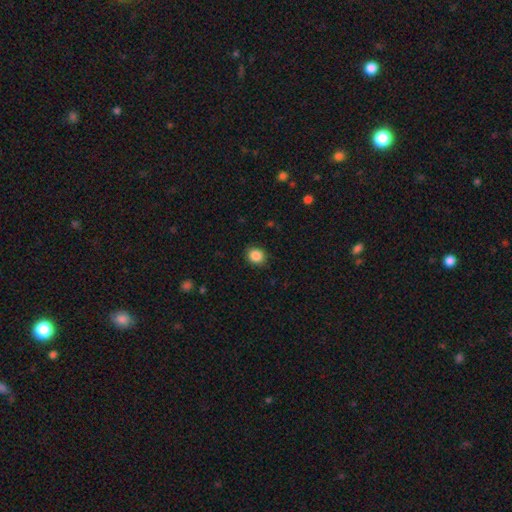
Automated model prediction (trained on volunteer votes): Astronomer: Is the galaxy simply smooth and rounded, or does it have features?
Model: smooth — 87%.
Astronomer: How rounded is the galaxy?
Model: round — 72%.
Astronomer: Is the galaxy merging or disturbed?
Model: none — 89%.